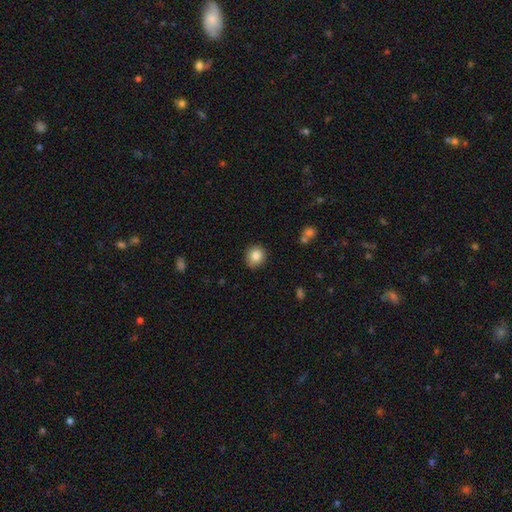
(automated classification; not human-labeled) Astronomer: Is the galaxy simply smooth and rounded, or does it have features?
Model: smooth — 85%.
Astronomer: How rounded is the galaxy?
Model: round — 87%.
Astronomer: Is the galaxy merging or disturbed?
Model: none — 85%.